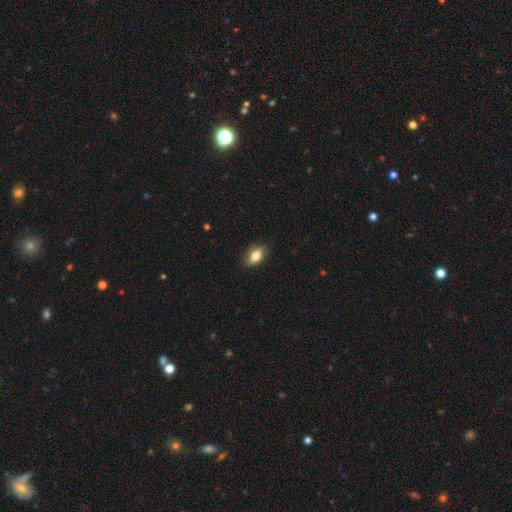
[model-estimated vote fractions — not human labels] smooth_or_featured: smooth (p=0.80) [alt: featured or disk p=0.13]
how_rounded: in between (p=0.88) [alt: round p=0.08]
merging: none (p=0.82) [alt: minor disturbance p=0.14]